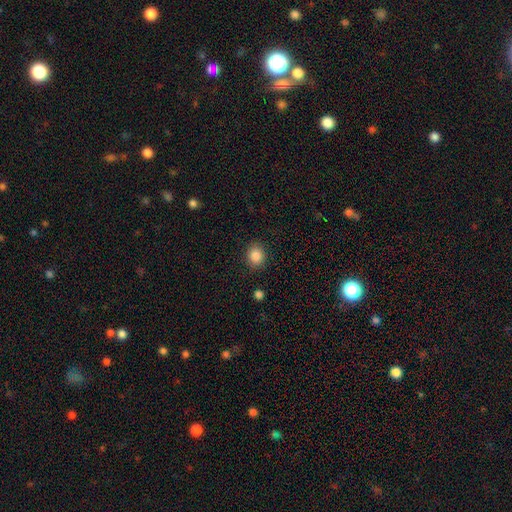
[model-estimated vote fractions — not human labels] A smooth galaxy with no disk features (86%) that is round (75%).

Vote fractions:
- Smooth or featured? smooth: 86% / star or artifact: 9% / featured or disk: 4%
- How rounded? round: 75% / in between: 24% / cigar-shaped: 1%
- Merging? none: 89% / minor disturbance: 7% / major disturbance: 2% / merger: 1%